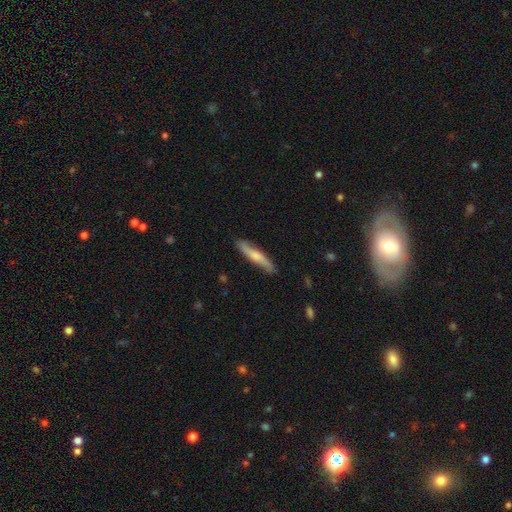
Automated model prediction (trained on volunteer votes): The model was most divided on "smooth or featured": smooth: 54%, featured or disk: 41%, star or artifact: 5%. More confident: how rounded — cigar-shaped (89%); merging — none (84%).